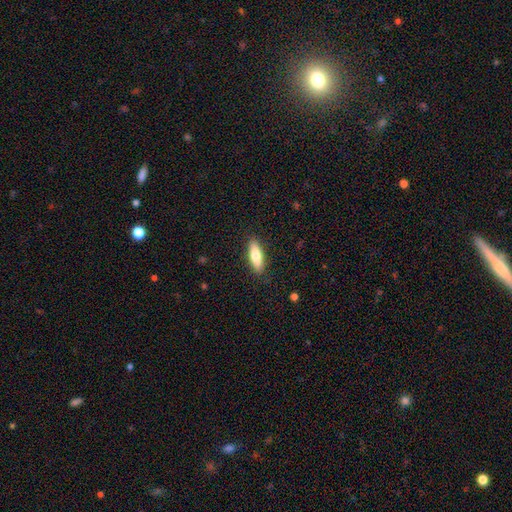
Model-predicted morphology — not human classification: Smooth or featured: smooth — 73% (featured or disk — 21%)
How rounded: in between — 49% (tied with cigar-shaped — 49%)
Merging: none — 89% (minor disturbance — 8%)